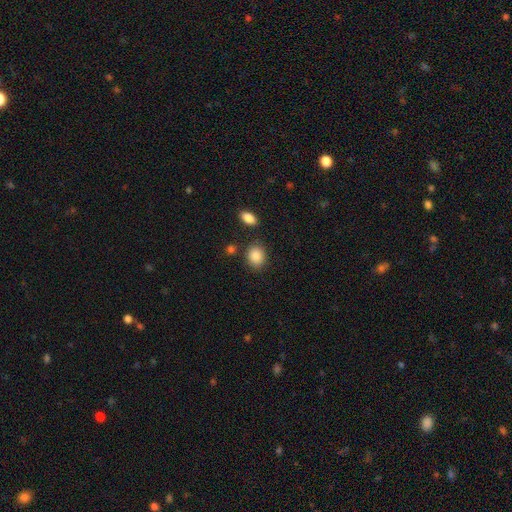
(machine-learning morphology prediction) Smooth or featured?
  - smooth: 88% *
  - star or artifact: 8%
  - featured or disk: 5%
How rounded?
  - round: 51% *
  - in between: 48%
  - cigar-shaped: 1%
Merging?
  - none: 81% *
  - minor disturbance: 11%
  - merger: 5%
  - major disturbance: 3%